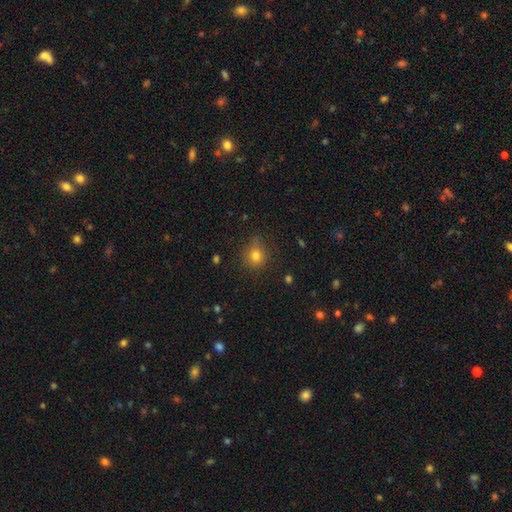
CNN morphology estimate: Q: Smooth or featured?
A: smooth (79%); runner-up: star or artifact (14%)
Q: How rounded?
A: round (83%); runner-up: in between (16%)
Q: Merging?
A: none (80%); runner-up: minor disturbance (14%)